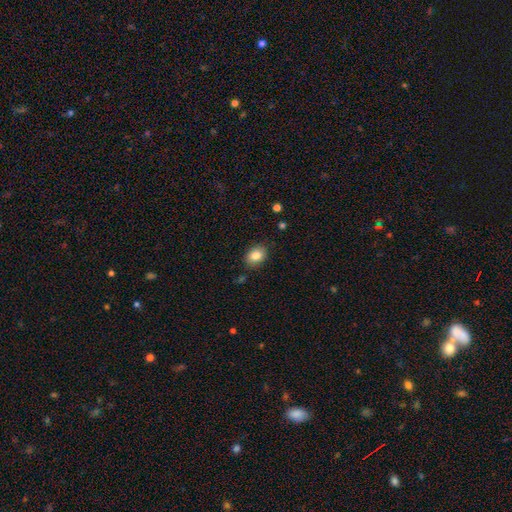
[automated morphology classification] Smooth or featured? Predicted: smooth (p=0.84). How rounded? Predicted: in between (p=0.63). Merging? Predicted: none (p=0.85).